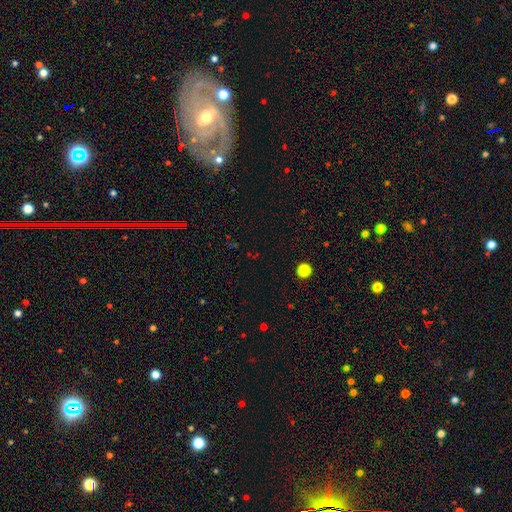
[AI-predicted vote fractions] A star or artifact, not a galaxy (58%).